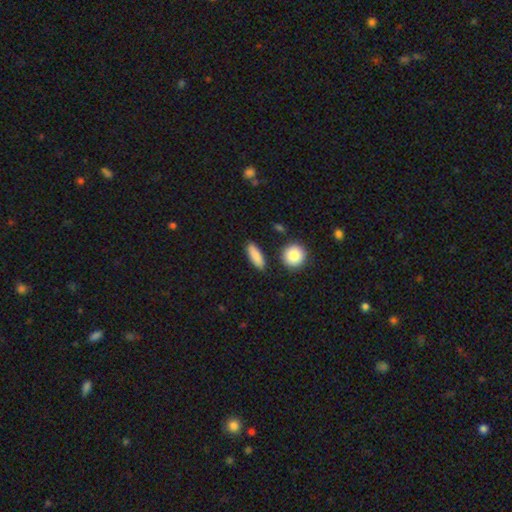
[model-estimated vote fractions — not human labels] smooth 87%, star or artifact 7%, featured or disk 6%. Down the decision tree: how rounded — in between (59%); merging — none (86%).